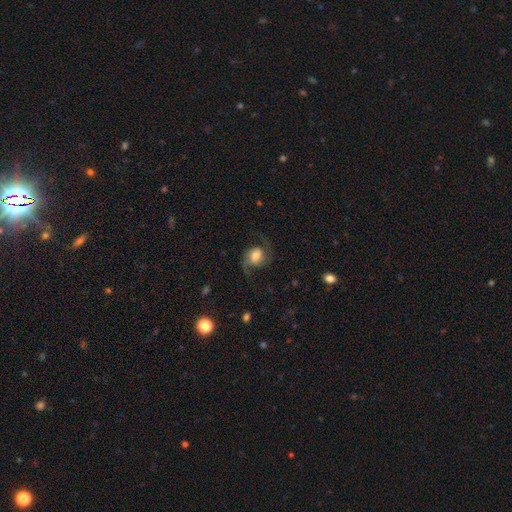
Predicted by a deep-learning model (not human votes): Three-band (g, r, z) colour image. It shows a featured or disk galaxy (64%) with no bar (63%), 2 (88%) loose (61%) spiral arms (93%) and a moderate central bulge (56%). Merging: none (66%).